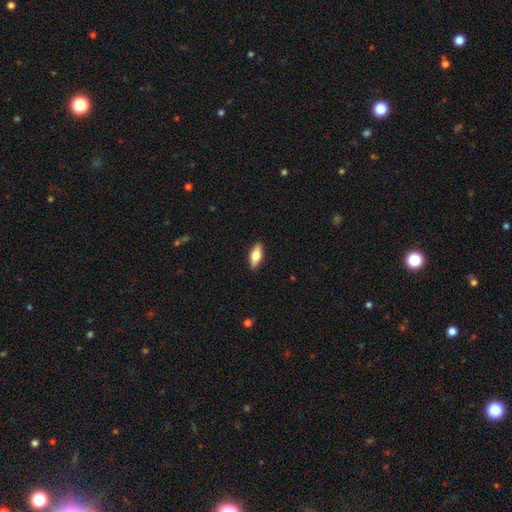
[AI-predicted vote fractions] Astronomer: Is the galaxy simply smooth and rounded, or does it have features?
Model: smooth — 69%.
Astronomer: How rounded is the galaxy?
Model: in between — 77%.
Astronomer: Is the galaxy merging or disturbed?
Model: none — 89%.